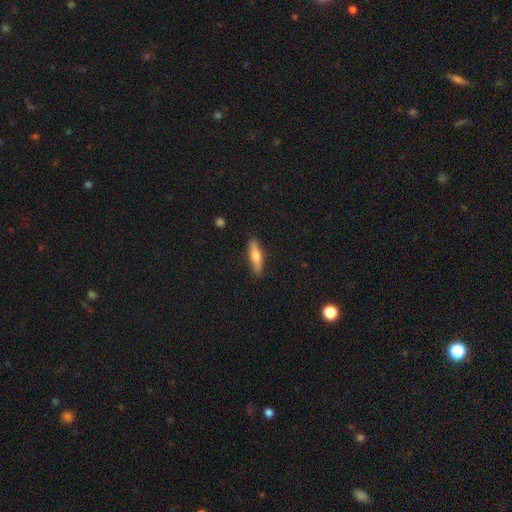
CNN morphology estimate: Smooth or featured?
  - smooth: 63% *
  - featured or disk: 31%
  - star or artifact: 6%
How rounded?
  - cigar-shaped: 70% *
  - in between: 28%
  - round: 2%
Merging?
  - none: 87% *
  - minor disturbance: 10%
  - major disturbance: 2%
  - merger: 1%